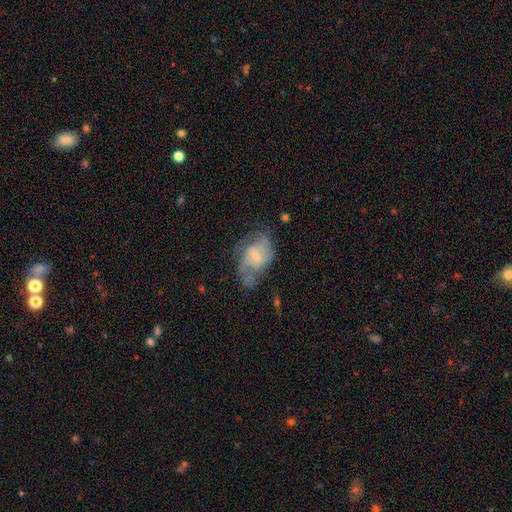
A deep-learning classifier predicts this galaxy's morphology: The model was most divided on "bar": no: 47%, weak: 44%, strong: 9%. Remaining: edge-on disk — no (96%); spiral arms — yes (78%); smooth or featured — featured or disk (66%); bulge size — small (59%); merging — none (41%).